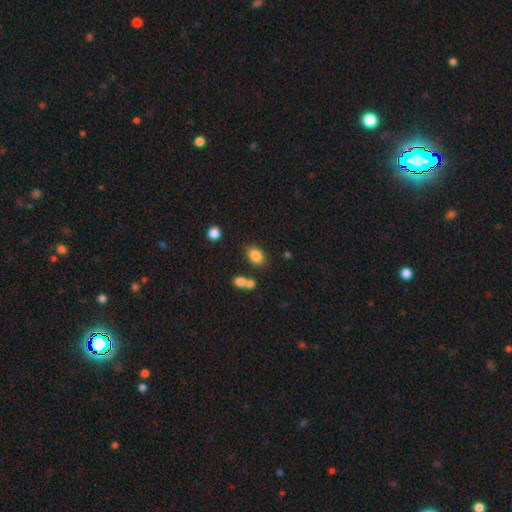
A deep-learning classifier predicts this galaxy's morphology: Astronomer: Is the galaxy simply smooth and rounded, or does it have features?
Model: smooth — 84%.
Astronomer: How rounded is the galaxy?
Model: in between — 70%.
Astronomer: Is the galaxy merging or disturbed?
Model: none — 73%.